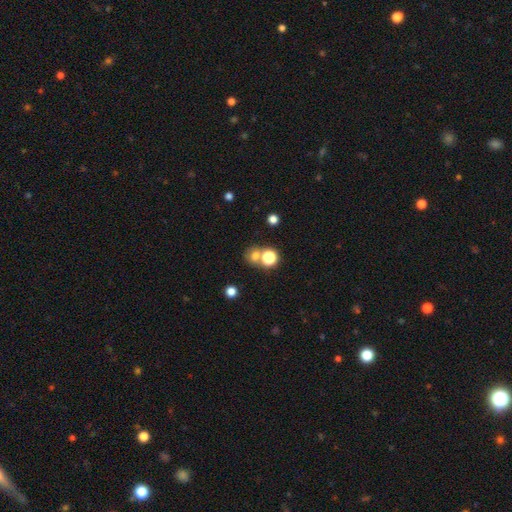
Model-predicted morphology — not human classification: Smooth or featured? smooth (67%)
How rounded? round (72%)
Merging? none (49%)